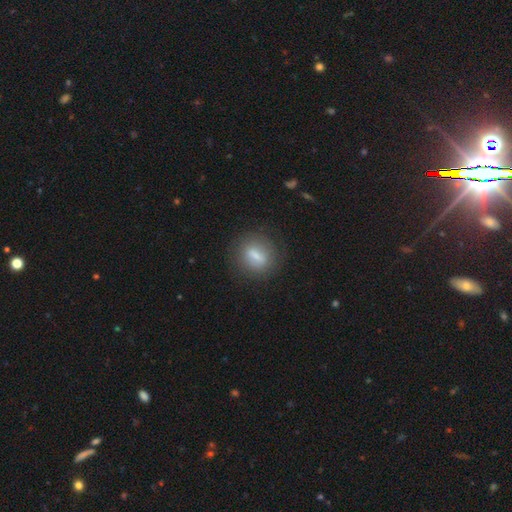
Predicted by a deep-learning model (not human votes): Morphology: type=smooth (66%); roundness=round (58%); merging=none (80%).